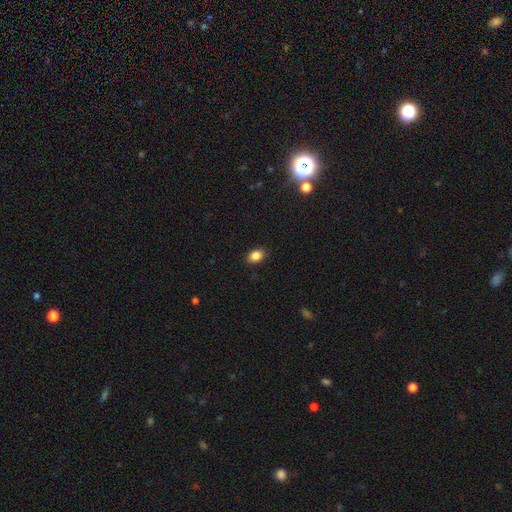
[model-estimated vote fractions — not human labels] Q: Smooth or featured?
A: smooth (86%); runner-up: star or artifact (10%)
Q: How rounded?
A: in between (71%); runner-up: round (27%)
Q: Merging?
A: none (88%); runner-up: minor disturbance (8%)